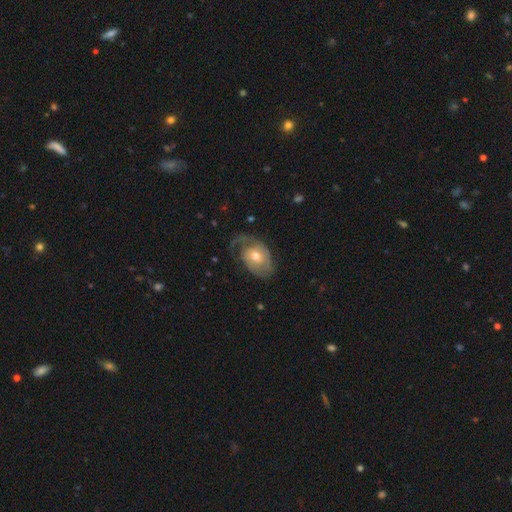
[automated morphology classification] smooth_or_featured: featured or disk (p=0.68) [alt: smooth p=0.26]
disk_edge_on: no (p=0.96) [alt: yes p=0.04]
bar: no (p=0.70) [alt: weak p=0.25]
has_spiral_arms: yes (p=0.85) [alt: no p=0.15]
spiral_winding: tight (p=0.38) [alt: medium p=0.35]
spiral_arm_count: 2 (p=0.42) [alt: 1 p=0.37]
bulge_size: moderate (p=0.69) [alt: small p=0.23]
merging: none (p=0.47) [alt: major disturbance p=0.27]